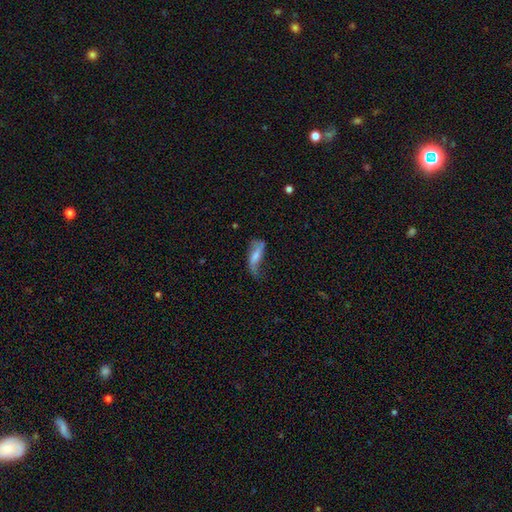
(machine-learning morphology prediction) Smooth or featured? featured or disk (51%)
Edge-on disk? no (83%)
Merging? none (39%)